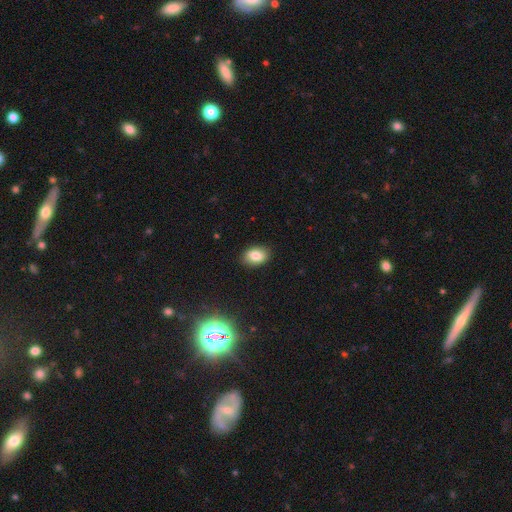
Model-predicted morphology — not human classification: A smooth galaxy with no disk features (83%) that is in between round and cigar-shaped (84%).

Vote fractions:
- Smooth or featured? smooth: 83% / star or artifact: 9% / featured or disk: 8%
- How rounded? in between: 84% / round: 15% / cigar-shaped: 1%
- Merging? none: 88% / minor disturbance: 9% / major disturbance: 2% / merger: 1%